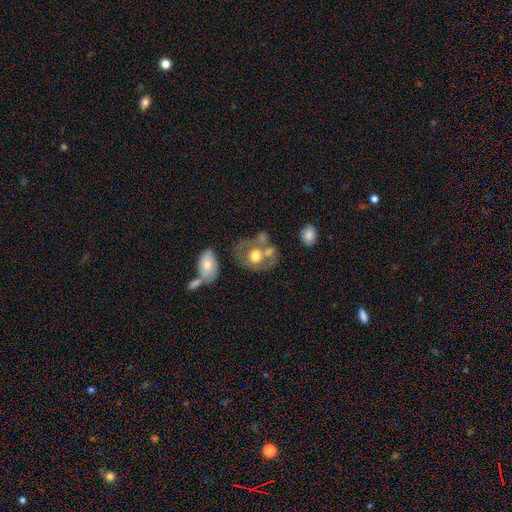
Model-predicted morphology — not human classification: smooth-or-featured: smooth: 50% | featured or disk: 42% | star or artifact: 8%
  merging: none: 42% | merger: 32% | minor disturbance: 16% | major disturbance: 10%